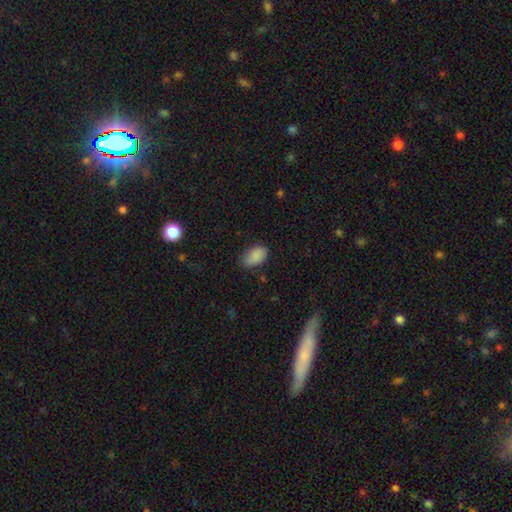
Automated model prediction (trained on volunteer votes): Morphology: type=smooth (87%); roundness=in between (92%); merging=none (71%).